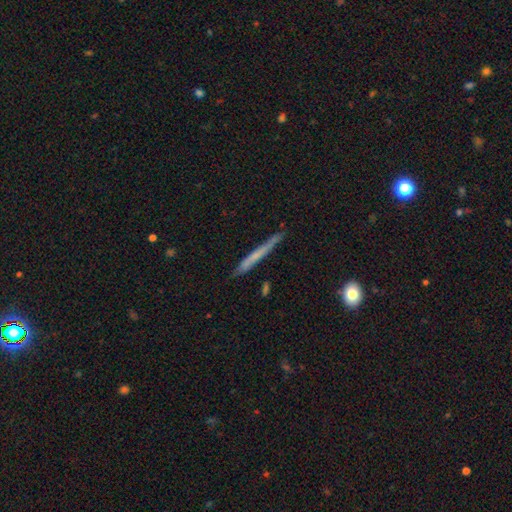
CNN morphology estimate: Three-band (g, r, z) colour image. It shows a smooth galaxy with no disk features (49%). Merging: none (84%).